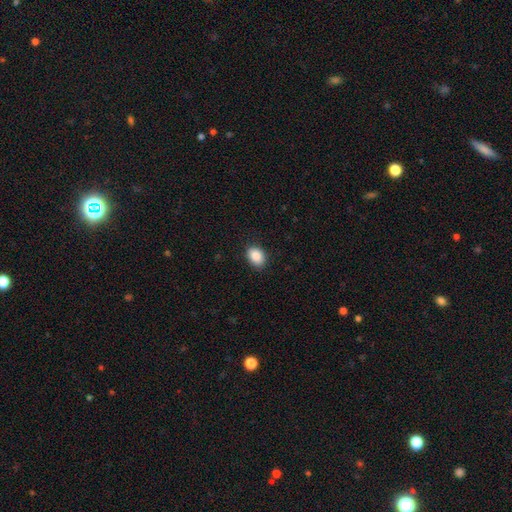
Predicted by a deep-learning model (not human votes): This appears to be a smooth galaxy with no disk features (88%) that is in between round and cigar-shaped (74%). Merging: none (89%).